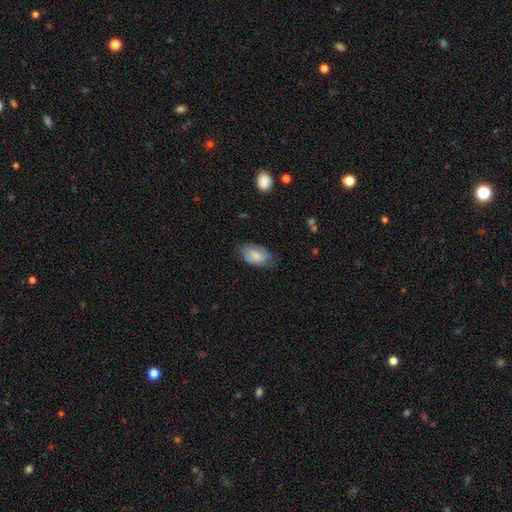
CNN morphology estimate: This is likely a smooth galaxy (66%). How rounded: clearly in between (91%). Merging: possibly none (59%).